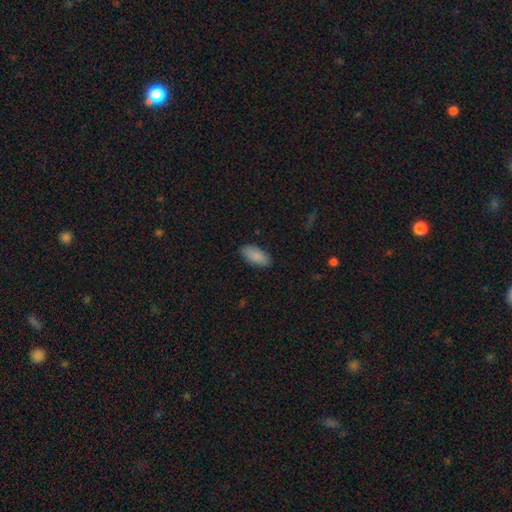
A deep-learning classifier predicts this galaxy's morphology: Smooth or featured? Predicted: smooth (p=0.88). How rounded? Predicted: in between (p=0.90). Merging? Predicted: none (p=0.87).